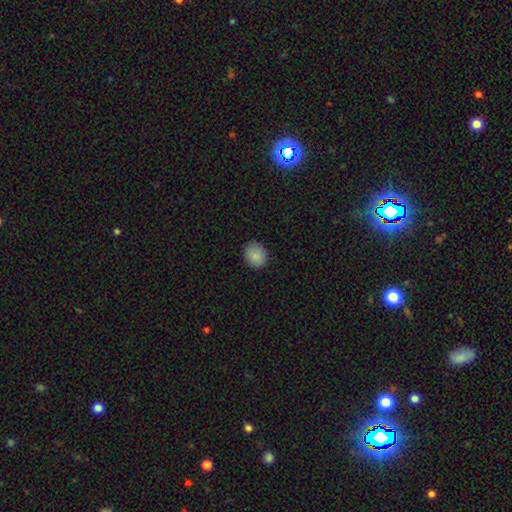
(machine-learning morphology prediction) Smooth or featured?
  - smooth: 87% *
  - star or artifact: 9%
  - featured or disk: 4%
How rounded?
  - round: 65% *
  - in between: 34%
  - cigar-shaped: 1%
Merging?
  - none: 87% *
  - minor disturbance: 10%
  - major disturbance: 2%
  - merger: 1%